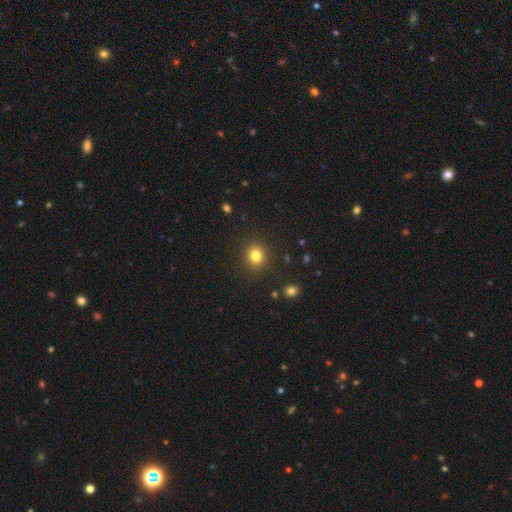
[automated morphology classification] Smooth or featured? smooth (81%)
How rounded? round (82%)
Merging? none (89%)